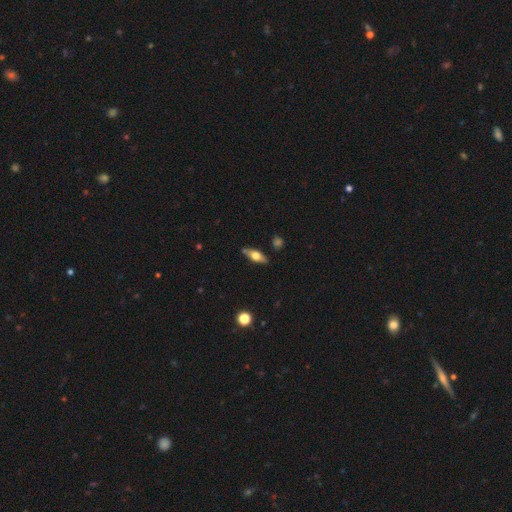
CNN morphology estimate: Q: Smooth or featured?
A: smooth (53%); runner-up: featured or disk (40%)
Q: How rounded?
A: in between (68%); runner-up: cigar-shaped (27%)
Q: Merging?
A: none (79%); runner-up: minor disturbance (14%)